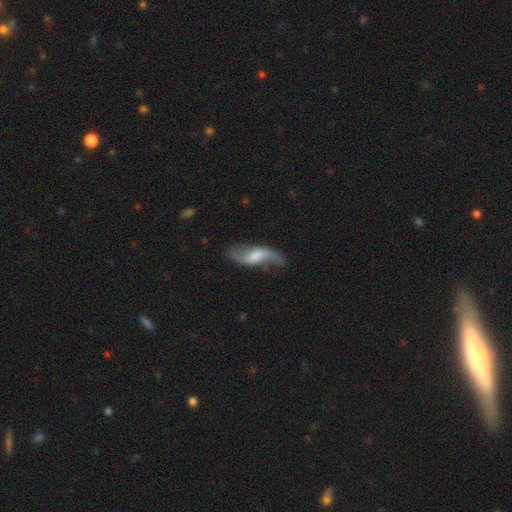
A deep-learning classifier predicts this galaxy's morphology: Smooth or featured: featured or disk — 72% (smooth — 21%)
Edge-on disk: no — 89% (yes — 11%)
Bar: weak — 49% (no — 30%)
Spiral arms: yes — 92% (no — 8%)
Spiral winding: loose — 86% (medium — 11%)
Spiral arm count: 2 — 89% (1 — 5%)
Bulge size: moderate — 36% (small — 26%)
Merging: none — 66% (minor disturbance — 21%)